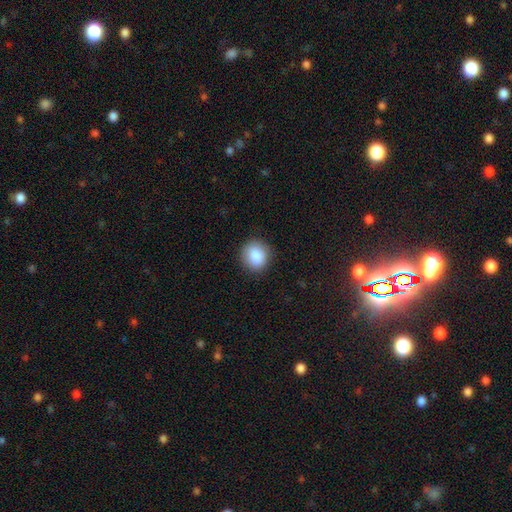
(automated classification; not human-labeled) Q: Smooth or featured?
A: smooth (87%); runner-up: star or artifact (8%)
Q: How rounded?
A: round (80%); runner-up: in between (19%)
Q: Merging?
A: none (88%); runner-up: minor disturbance (9%)